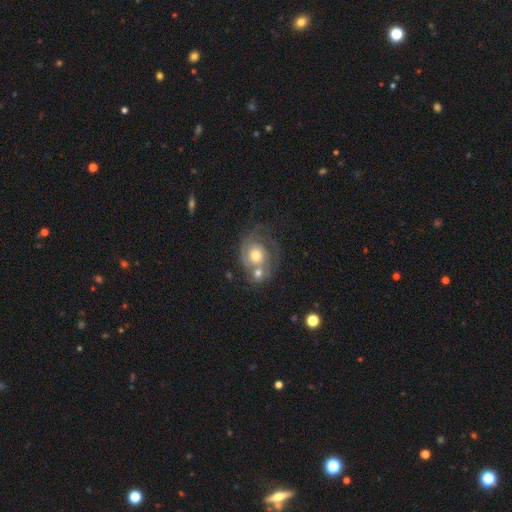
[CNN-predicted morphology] The model was most divided on "spiral arm count": 2: 42%, can't tell: 28%, 1: 16%, 3: 8%, 4: 3%, more than 4: 3%. Remaining: edge-on disk — no (97%); spiral arms — yes (83%); bar — no (81%); bulge size — moderate (67%); smooth or featured — featured or disk (67%); spiral winding — tight (55%); merging — merger (48%).